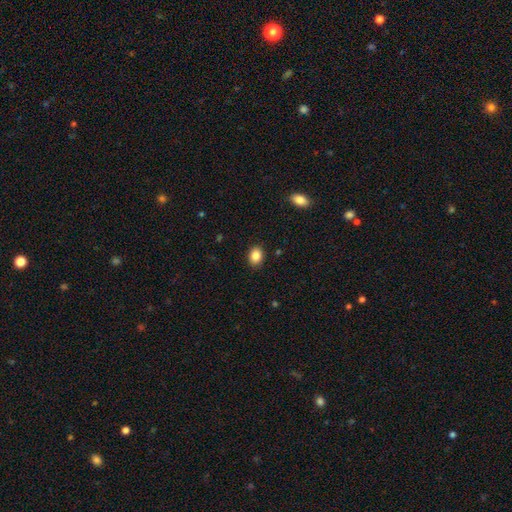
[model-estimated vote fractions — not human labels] smooth_or_featured: smooth (p=0.85) [alt: star or artifact p=0.09]
how_rounded: in between (p=0.63) [alt: round p=0.37]
merging: none (p=0.89) [alt: minor disturbance p=0.08]